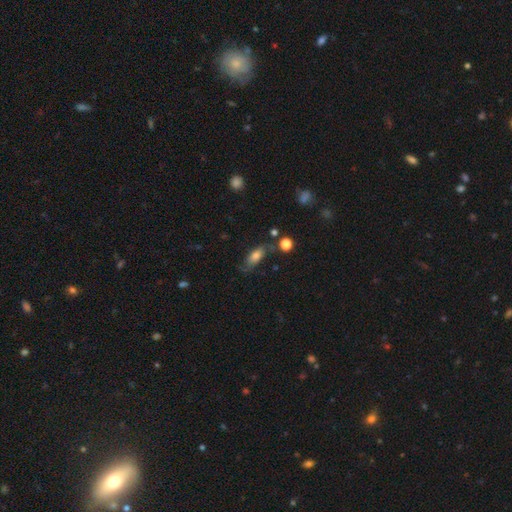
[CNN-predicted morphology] smooth-or-featured: smooth: 58% | featured or disk: 32% | star or artifact: 10%
  how-rounded: in between: 77% | cigar-shaped: 16% | round: 7%
  merging: none: 57% | minor disturbance: 24% | major disturbance: 13% | merger: 5%